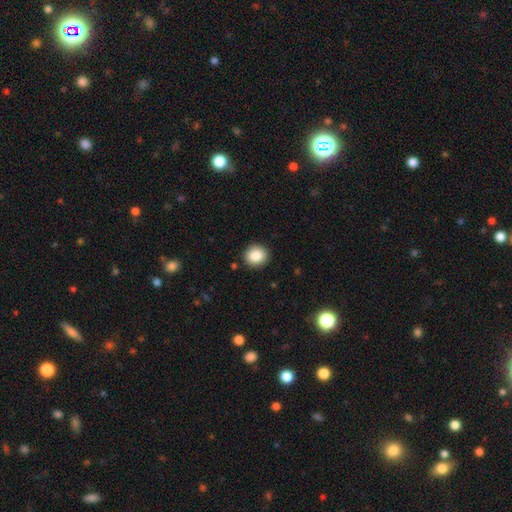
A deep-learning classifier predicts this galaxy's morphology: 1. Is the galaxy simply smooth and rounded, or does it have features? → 85% smooth, 9% star or artifact, 6% featured or disk.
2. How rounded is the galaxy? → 85% round, 14% in between, 1% cigar-shaped.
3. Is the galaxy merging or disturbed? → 90% none, 7% minor disturbance, 2% major disturbance, 1% merger.